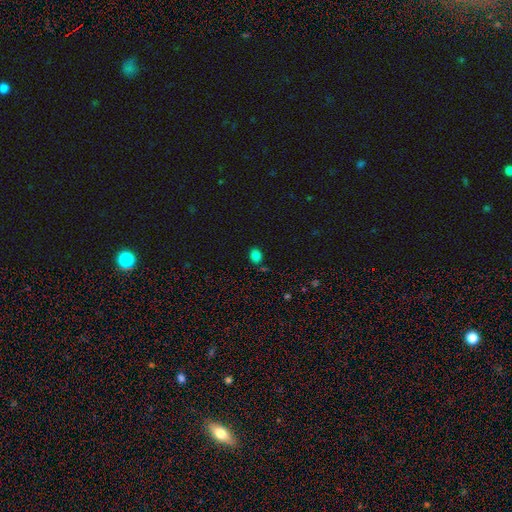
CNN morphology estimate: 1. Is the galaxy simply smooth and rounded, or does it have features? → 81% smooth, 14% star or artifact, 5% featured or disk.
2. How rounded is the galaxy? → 55% in between, 44% round, 1% cigar-shaped.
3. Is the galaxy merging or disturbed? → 82% none, 11% minor disturbance, 5% merger, 3% major disturbance.